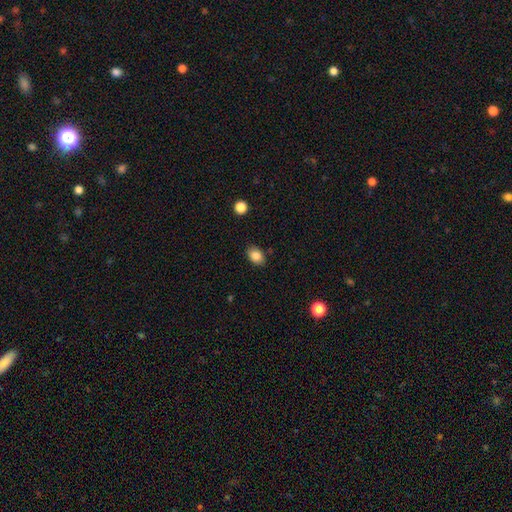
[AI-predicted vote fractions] Smooth or featured?
  - smooth: 85% *
  - star or artifact: 9%
  - featured or disk: 6%
How rounded?
  - in between: 74% *
  - round: 25%
  - cigar-shaped: 1%
Merging?
  - none: 85% *
  - minor disturbance: 11%
  - major disturbance: 2%
  - merger: 2%